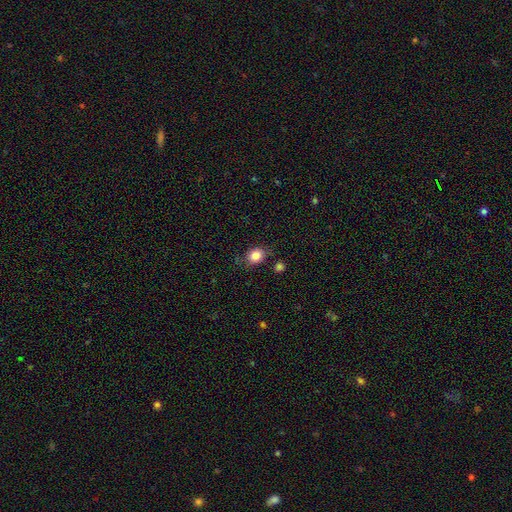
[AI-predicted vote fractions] Smooth or featured?
  - smooth: 83% *
  - star or artifact: 10%
  - featured or disk: 7%
How rounded?
  - round: 55% *
  - in between: 44%
  - cigar-shaped: 1%
Merging?
  - none: 75% *
  - minor disturbance: 16%
  - major disturbance: 4%
  - merger: 4%